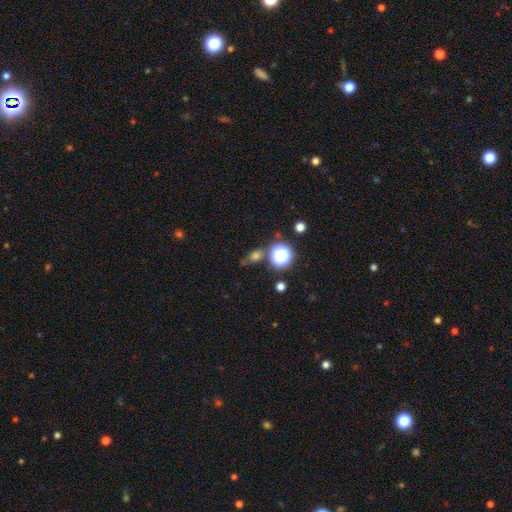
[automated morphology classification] Overall: smooth (61%; star or artifact 28%). How rounded: in between (50%; round 46%). Merging: none (68%).